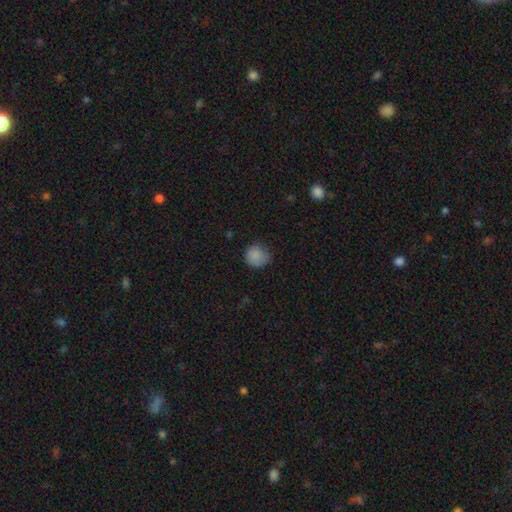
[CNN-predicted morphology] A smooth galaxy with no disk features (86%) that is round (88%).

Vote fractions:
- Smooth or featured? smooth: 86% / star or artifact: 10% / featured or disk: 5%
- How rounded? round: 88% / in between: 11% / cigar-shaped: 1%
- Merging? none: 75% / minor disturbance: 20% / major disturbance: 4% / merger: 1%